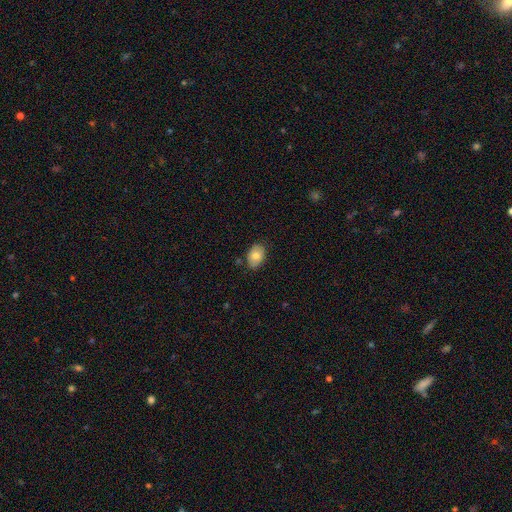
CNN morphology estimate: Smooth or featured? Predicted: smooth (p=0.78). How rounded? Predicted: in between (p=0.83). Merging? Predicted: none (p=0.80).